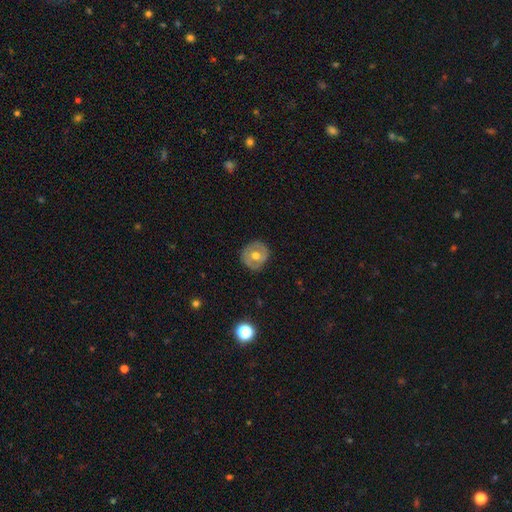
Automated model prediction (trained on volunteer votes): smooth 51%, featured or disk 42%, star or artifact 7%. Down the decision tree: how rounded — round (90%); merging — none (85%).